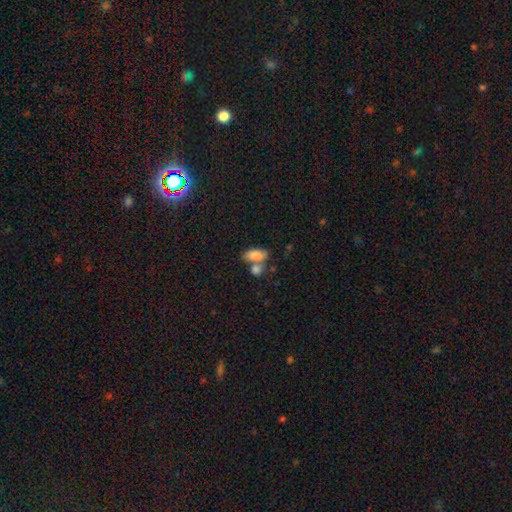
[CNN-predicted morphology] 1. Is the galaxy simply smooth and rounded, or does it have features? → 82% smooth, 10% featured or disk, 8% star or artifact.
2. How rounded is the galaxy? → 90% in between, 6% round, 4% cigar-shaped.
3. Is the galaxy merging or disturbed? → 43% merger, 38% none, 13% minor disturbance, 6% major disturbance.